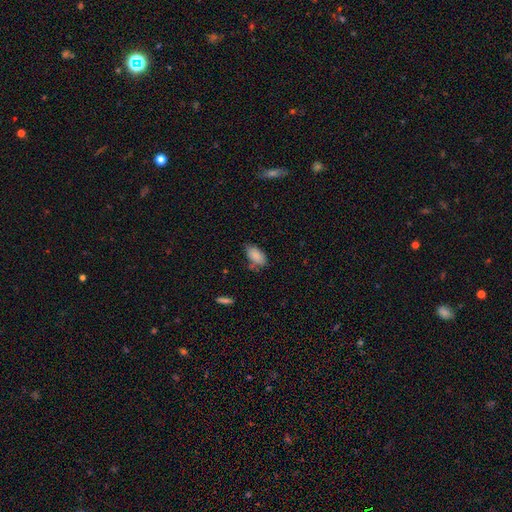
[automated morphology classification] Q: Smooth or featured?
A: smooth (86%); runner-up: star or artifact (8%)
Q: How rounded?
A: in between (93%); runner-up: cigar-shaped (4%)
Q: Merging?
A: none (66%); runner-up: minor disturbance (23%)